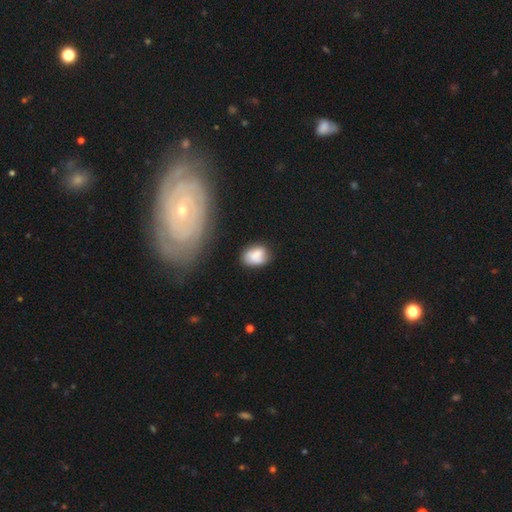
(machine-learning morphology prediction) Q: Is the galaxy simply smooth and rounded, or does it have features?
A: smooth — 72%.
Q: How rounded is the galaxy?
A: in between — 78%.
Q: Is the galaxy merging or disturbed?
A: none — 59%.